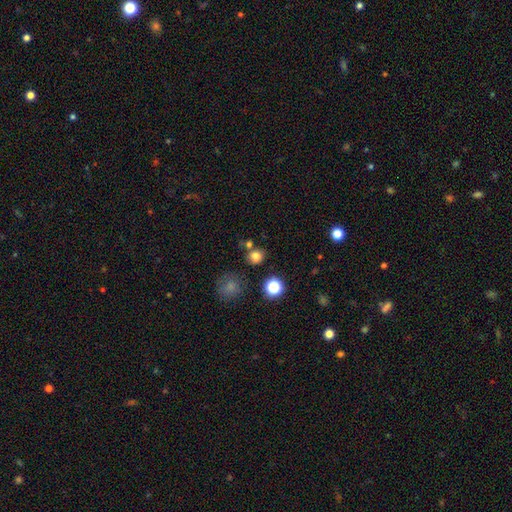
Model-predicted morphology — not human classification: smooth-or-featured: smooth: 75% | star or artifact: 18% | featured or disk: 7%
  how-rounded: round: 75% | in between: 24% | cigar-shaped: 1%
  merging: none: 69% | merger: 15% | minor disturbance: 12% | major disturbance: 4%